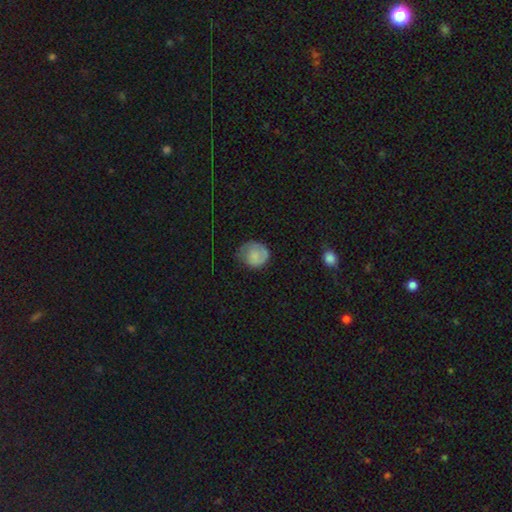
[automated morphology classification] Q: Smooth or featured?
A: smooth (69%); runner-up: featured or disk (23%)
Q: How rounded?
A: round (77%); runner-up: in between (22%)
Q: Merging?
A: none (55%); runner-up: minor disturbance (29%)